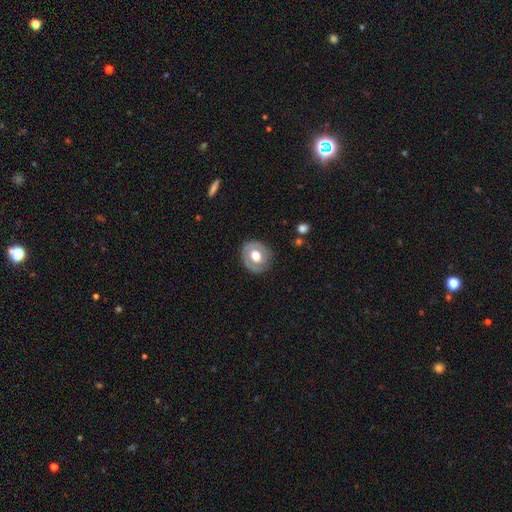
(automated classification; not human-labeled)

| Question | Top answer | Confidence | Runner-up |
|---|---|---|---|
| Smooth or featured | featured or disk | 48% | smooth (45%) |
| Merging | none | 81% | minor disturbance (13%) |